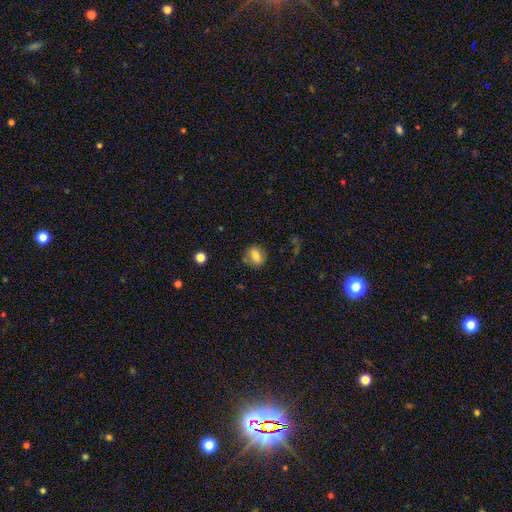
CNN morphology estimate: type=smooth (77%); roundness=in between (52%); merging=none (76%).